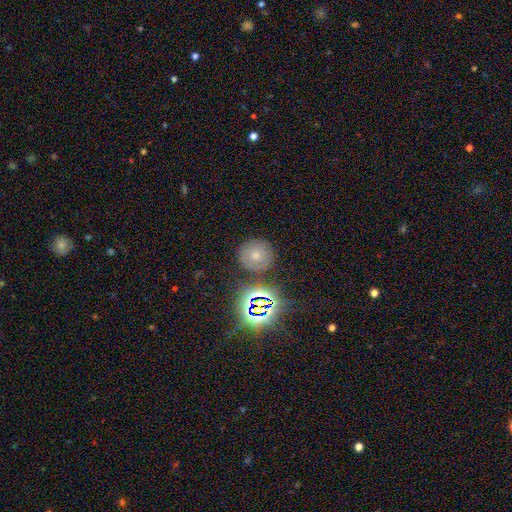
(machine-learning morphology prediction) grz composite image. It shows a smooth galaxy with no disk features (55%) that is round (90%). Merging: none (81%).